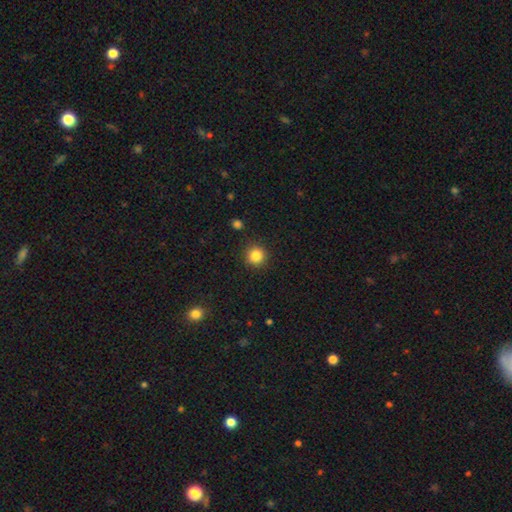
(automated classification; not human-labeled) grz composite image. It shows a smooth galaxy with no disk features (85%) that is round (94%). Merging: none (90%).